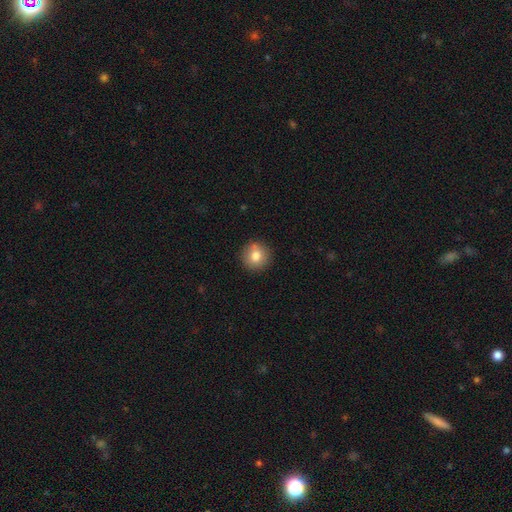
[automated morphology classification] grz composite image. It shows a smooth galaxy with no disk features (80%) that is round (94%). Merging: none (85%).